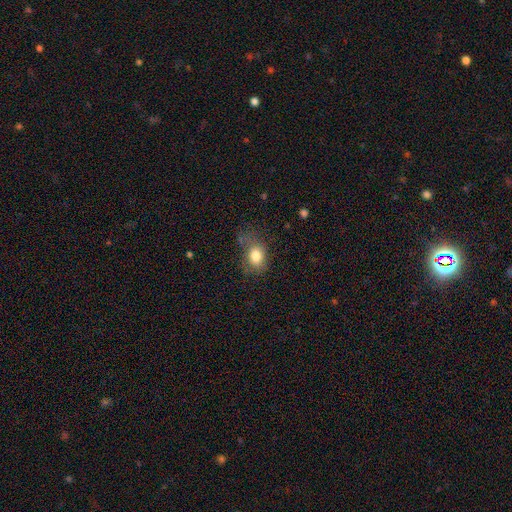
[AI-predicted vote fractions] The model was most divided on "merging": none: 52%, minor disturbance: 29%, major disturbance: 16%, merger: 3%. More confident: smooth or featured — smooth (80%); how rounded — in between (65%).